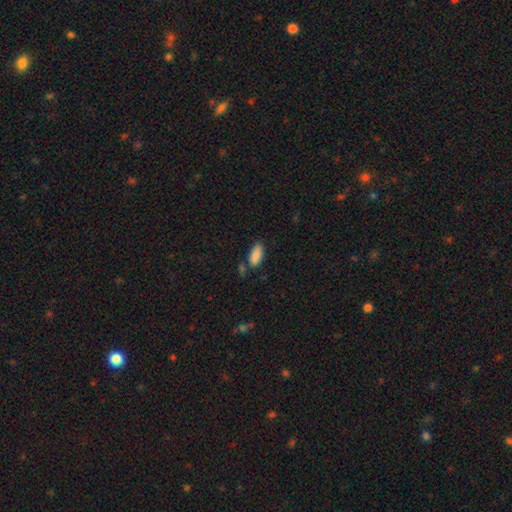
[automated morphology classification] Overall: smooth (88%). How rounded: in between (85%). Merging: none (69%).